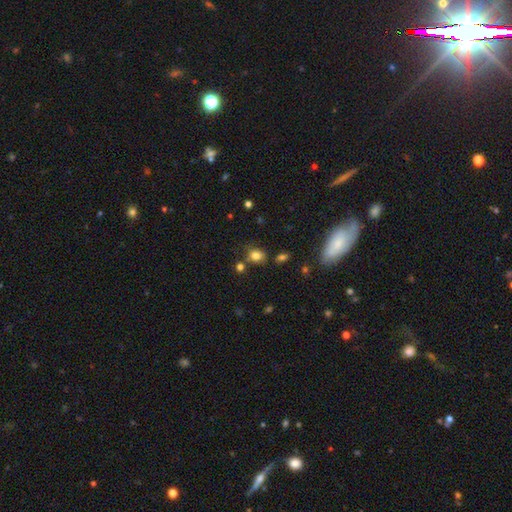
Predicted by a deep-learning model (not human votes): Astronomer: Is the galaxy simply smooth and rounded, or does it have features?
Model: smooth — 78%.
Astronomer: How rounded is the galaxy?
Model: in between — 54% (runner-up: round, 45%).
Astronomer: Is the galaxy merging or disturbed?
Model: none — 68%.